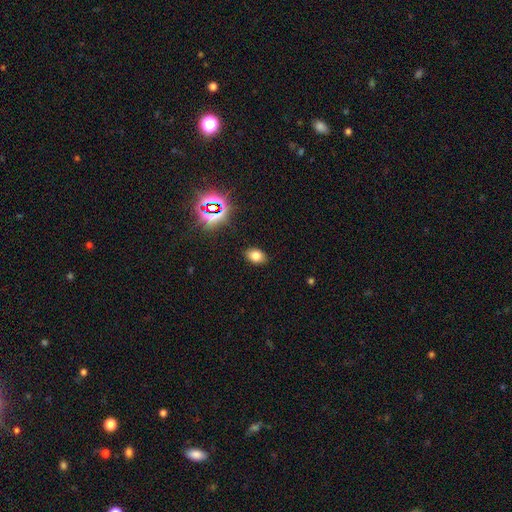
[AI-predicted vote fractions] Smooth or featured: smooth — 74% (star or artifact — 18%)
How rounded: in between — 80% (round — 18%)
Merging: none — 87% (minor disturbance — 9%)